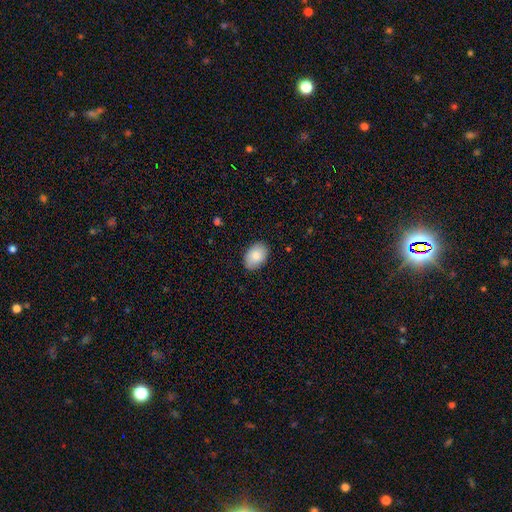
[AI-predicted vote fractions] A smooth galaxy with no disk features (87%) that is in between round and cigar-shaped (87%). Merging: none (87%).